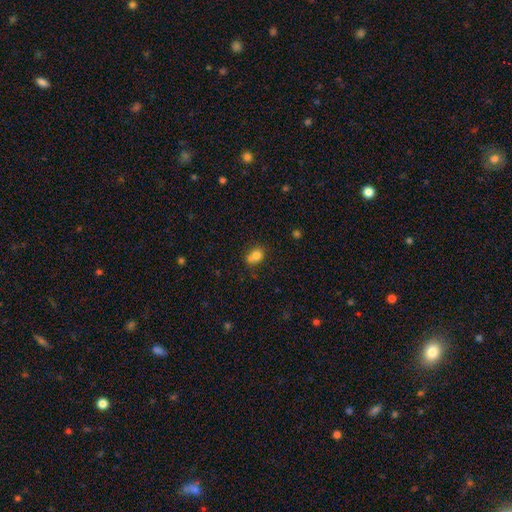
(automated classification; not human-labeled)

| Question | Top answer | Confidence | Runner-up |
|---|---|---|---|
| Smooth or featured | smooth | 78% | star or artifact (12%) |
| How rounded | round | 51% | in between (48%) |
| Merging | none | 47% | merger (31%) |